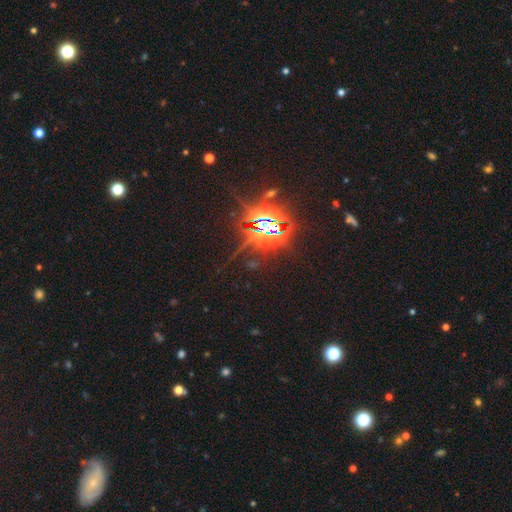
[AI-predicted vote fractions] A star or artifact, not a galaxy (87%).